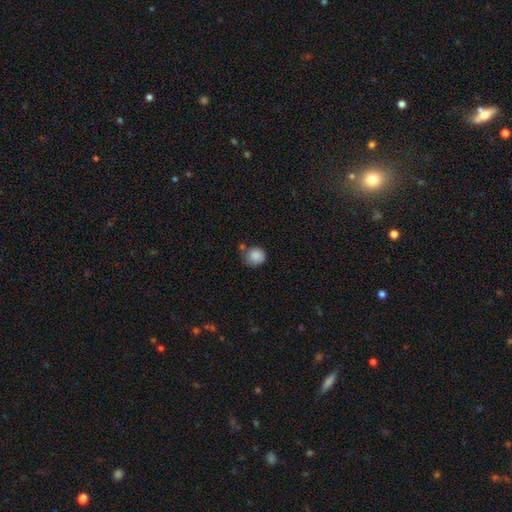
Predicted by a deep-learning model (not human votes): The model was most divided on "merging": none: 60%, minor disturbance: 23%, merger: 11%, major disturbance: 6%. More confident: how rounded — round (87%); smooth or featured — smooth (86%).